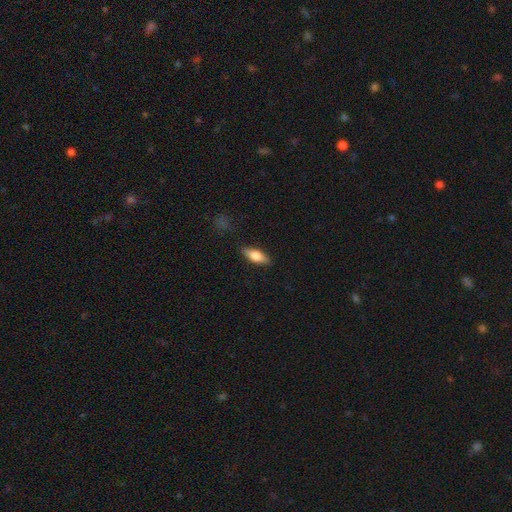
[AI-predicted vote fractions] smooth-or-featured: smooth: 70% | featured or disk: 24% | star or artifact: 6%
  how-rounded: in between: 68% | cigar-shaped: 29% | round: 3%
  merging: none: 86% | minor disturbance: 10% | major disturbance: 2% | merger: 1%